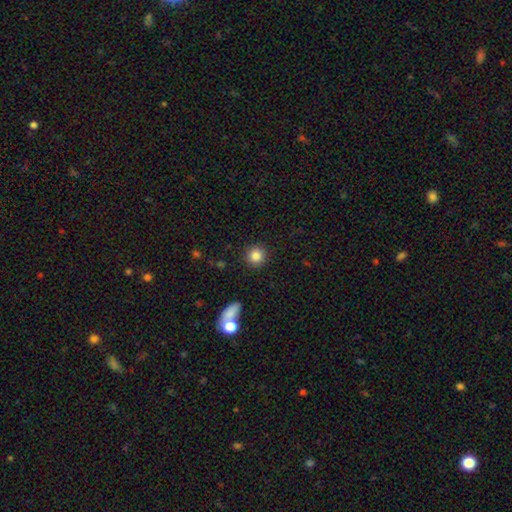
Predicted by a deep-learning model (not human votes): The model was most divided on "smooth or featured": smooth: 85%, star or artifact: 10%, featured or disk: 5%. More confident: how rounded — round (93%); merging — none (90%).